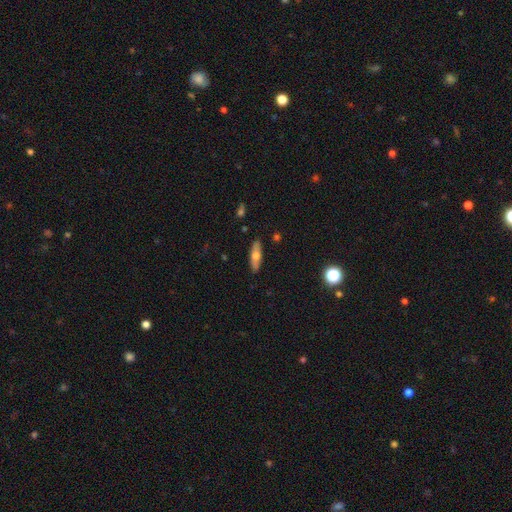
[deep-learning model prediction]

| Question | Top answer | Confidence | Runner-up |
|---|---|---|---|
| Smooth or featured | smooth | 57% | featured or disk (37%) |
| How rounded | cigar-shaped | 49% | in between (48%) |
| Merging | none | 87% | minor disturbance (9%) |